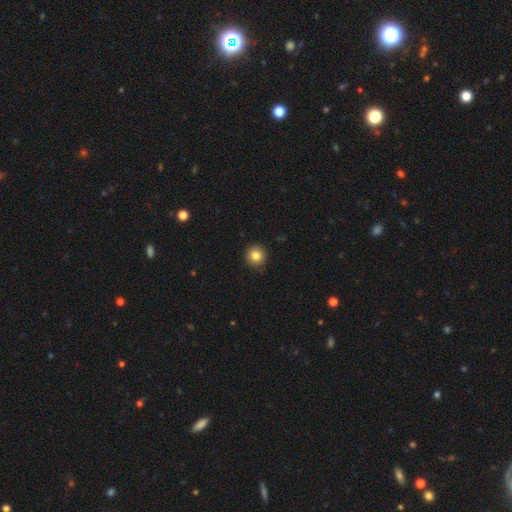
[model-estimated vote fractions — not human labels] Overall: smooth (83%). How rounded: round (94%). Merging: none (91%).